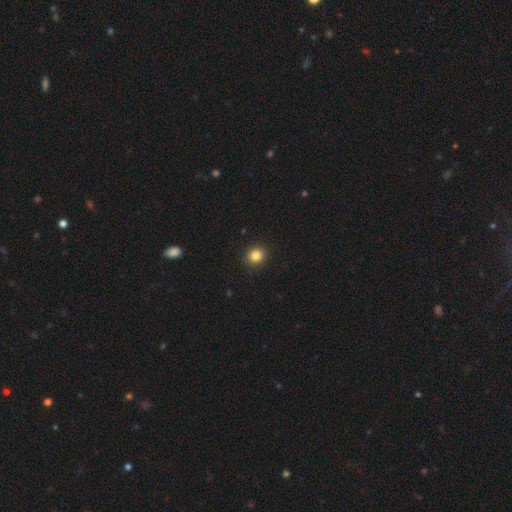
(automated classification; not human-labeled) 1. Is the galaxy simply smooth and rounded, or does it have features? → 84% smooth, 11% star or artifact, 4% featured or disk.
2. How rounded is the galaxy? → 87% round, 12% in between, 1% cigar-shaped.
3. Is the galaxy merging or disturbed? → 92% none, 5% minor disturbance, 2% major disturbance, 1% merger.